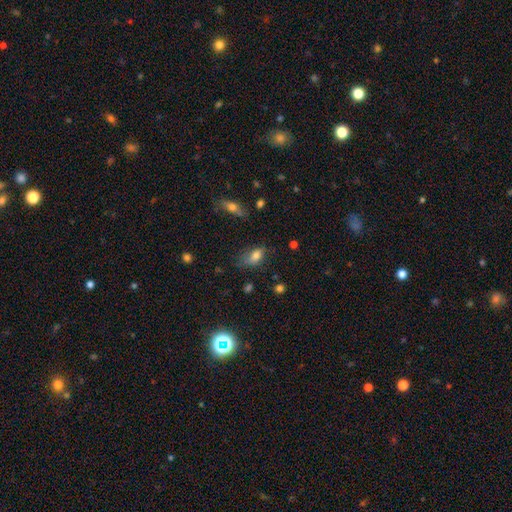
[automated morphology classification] Smooth or featured: smooth — 76% (featured or disk — 14%)
How rounded: in between — 87% (round — 8%)
Merging: none — 52% (minor disturbance — 32%)